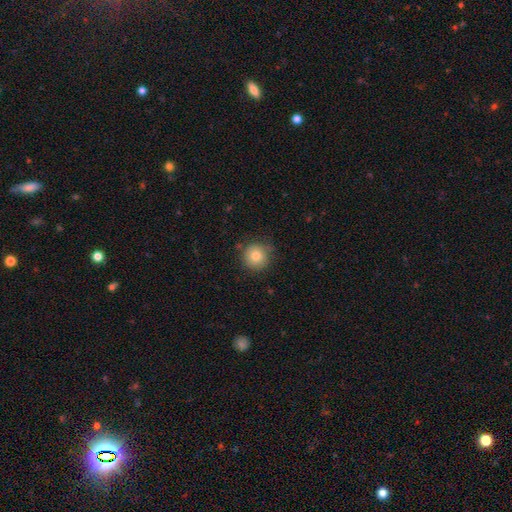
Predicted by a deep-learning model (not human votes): A smooth galaxy with no disk features (81%) that is round (93%). Merging: none (79%).